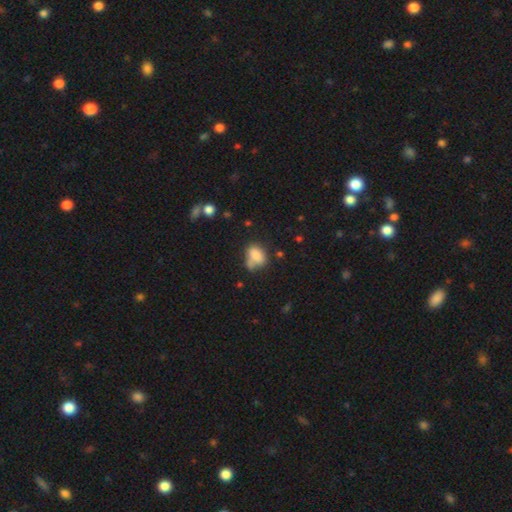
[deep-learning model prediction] A smooth galaxy with no disk features (79%) that is in between round and cigar-shaped (75%). Merging: none (40%).